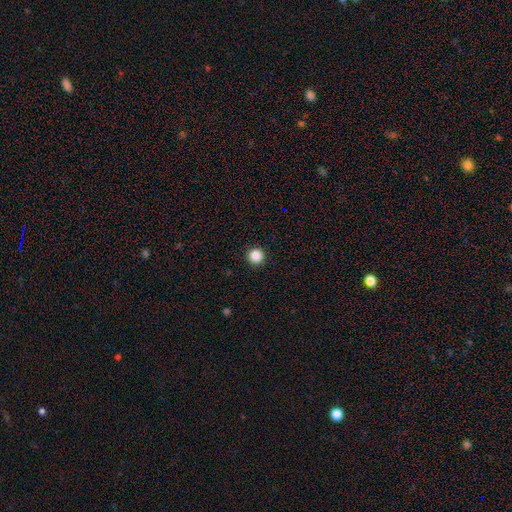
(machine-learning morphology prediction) A smooth galaxy with no disk features (87%) that is round (96%). Merging: none (93%).